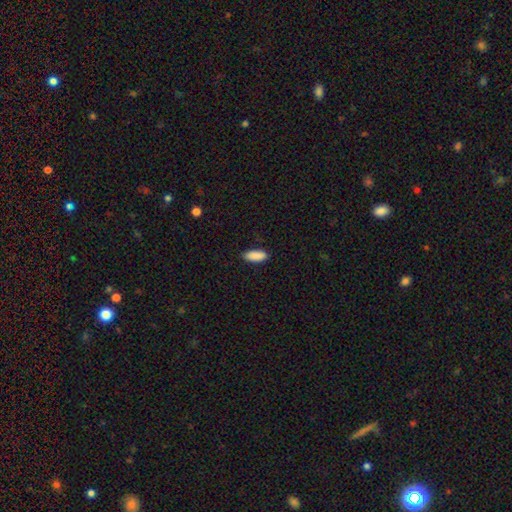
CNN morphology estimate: type=smooth (90%); roundness=in between (79%); merging=none (87%).